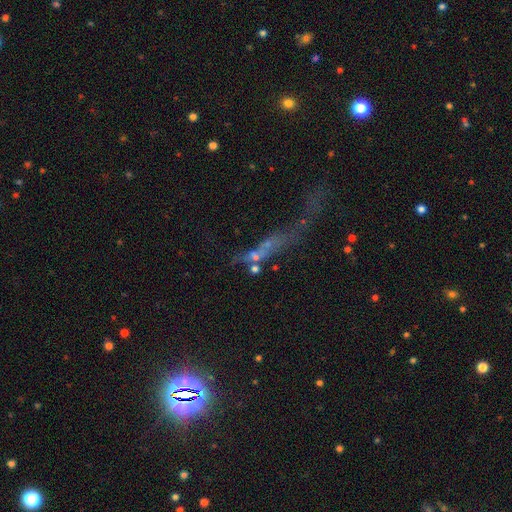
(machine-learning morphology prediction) This is marginally a featured or disk galaxy (40%). Merging: marginally merger (39%).